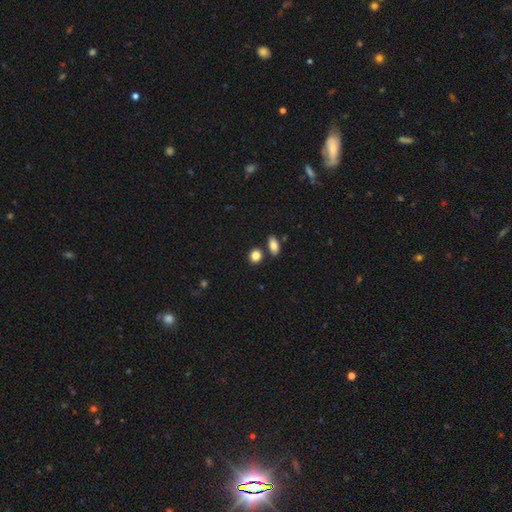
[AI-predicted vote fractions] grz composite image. It shows a smooth galaxy with no disk features (86%) that is round (62%). Merging: none (76%).